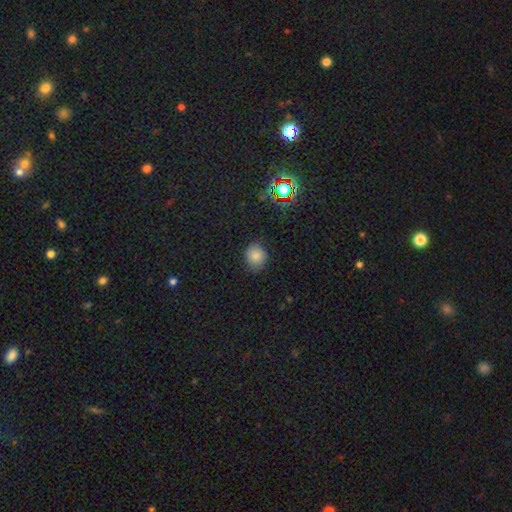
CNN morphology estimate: Smooth or featured? Predicted: smooth (p=0.78). How rounded? Predicted: round (p=0.79). Merging? Predicted: none (p=0.76).